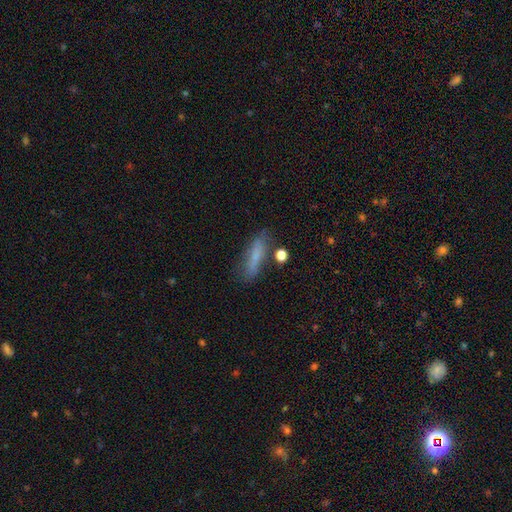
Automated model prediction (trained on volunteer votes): Q: Smooth or featured?
A: smooth (70%); runner-up: featured or disk (20%)
Q: How rounded?
A: cigar-shaped (66%); runner-up: in between (31%)
Q: Merging?
A: none (69%); runner-up: minor disturbance (19%)